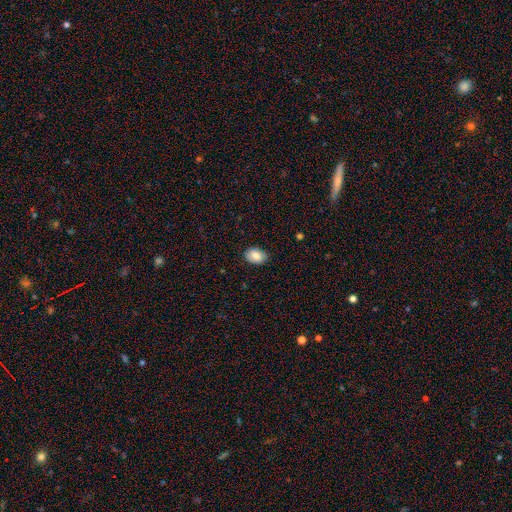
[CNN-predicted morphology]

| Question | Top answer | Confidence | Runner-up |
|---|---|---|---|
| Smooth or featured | smooth | 80% | featured or disk (12%) |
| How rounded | in between | 80% | round (19%) |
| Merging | none | 85% | minor disturbance (11%) |